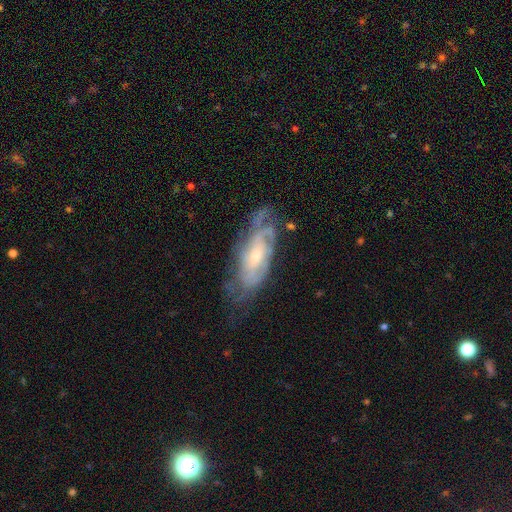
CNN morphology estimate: smooth_or_featured: featured or disk (p=0.80) [alt: smooth p=0.14]
disk_edge_on: no (p=0.89) [alt: yes p=0.11]
bar: no (p=0.64) [alt: weak p=0.29]
has_spiral_arms: yes (p=0.90) [alt: no p=0.10]
spiral_winding: tight (p=0.60) [alt: medium p=0.31]
spiral_arm_count: can't tell (p=0.49) [alt: 2 p=0.20]
bulge_size: small (p=0.51) [alt: moderate p=0.43]
merging: none (p=0.61) [alt: minor disturbance p=0.24]